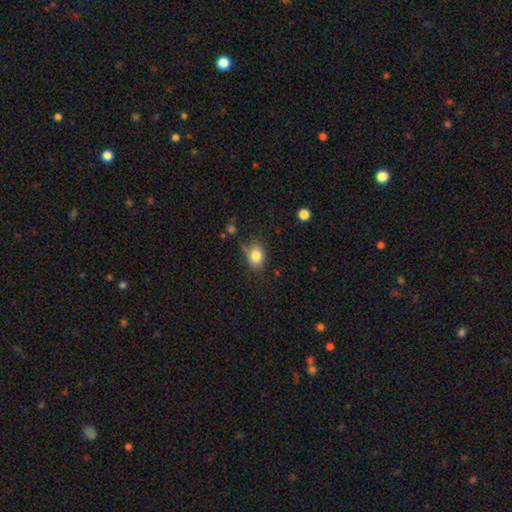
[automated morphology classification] A smooth galaxy with no disk features (82%) that is in between round and cigar-shaped (62%). Merging: none (66%).